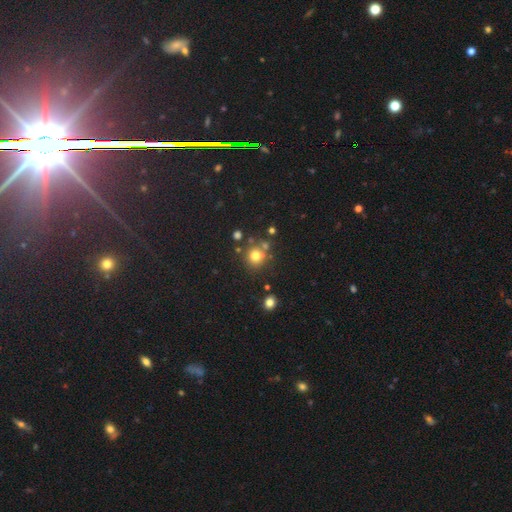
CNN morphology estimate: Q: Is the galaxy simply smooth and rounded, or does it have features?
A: smooth — 74%.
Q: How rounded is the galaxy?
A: round — 90%.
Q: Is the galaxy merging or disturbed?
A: none — 72%.